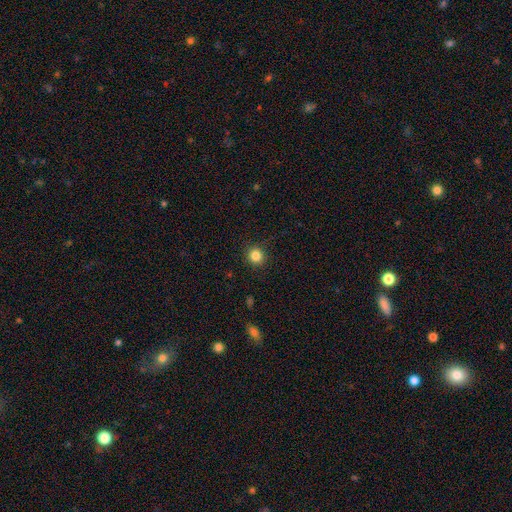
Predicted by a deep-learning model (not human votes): Smooth or featured: smooth — 84% (star or artifact — 11%)
How rounded: round — 93% (in between — 6%)
Merging: none — 90% (minor disturbance — 6%)